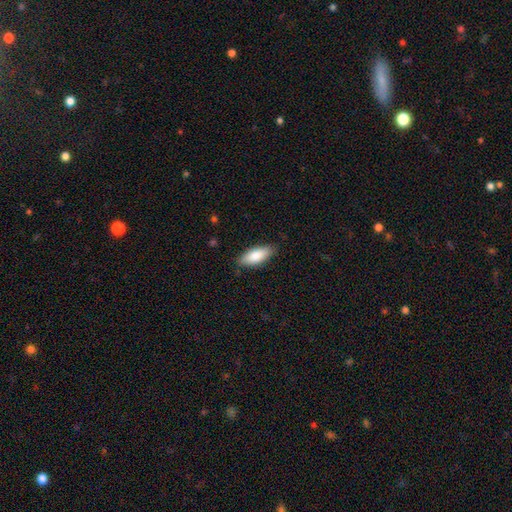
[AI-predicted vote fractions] This is clearly a smooth galaxy (82%). How rounded: likely in between (74%). Merging: clearly none (84%).